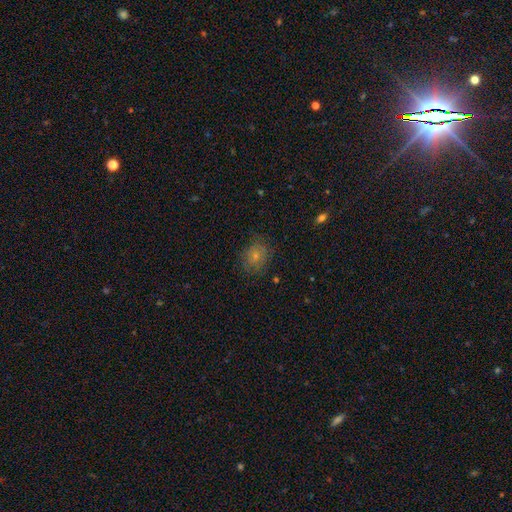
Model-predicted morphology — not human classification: Smooth or featured? smooth (68%)
How rounded? round (60%)
Merging? none (74%)